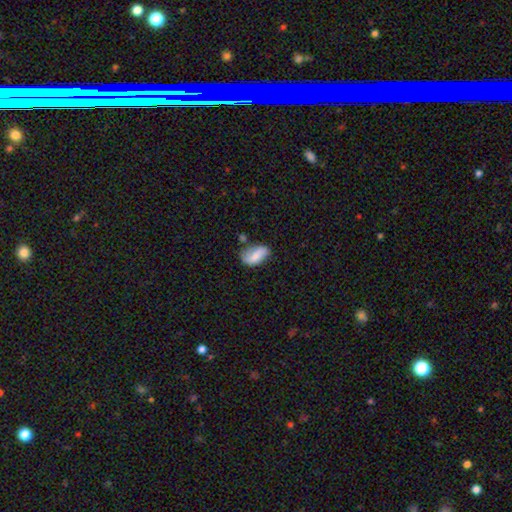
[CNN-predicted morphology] Smooth or featured? Predicted: smooth (p=0.56). How rounded? Predicted: in between (p=0.90). Merging? Predicted: none (p=0.56).